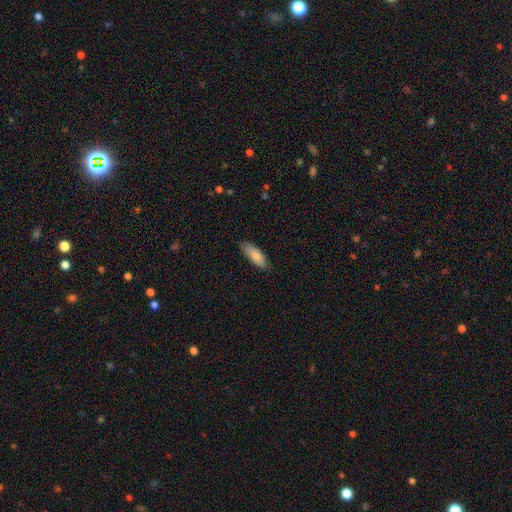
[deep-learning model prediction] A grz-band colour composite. It shows a smooth galaxy with no disk features (84%) that is in between round and cigar-shaped (65%). Merging: none (83%).